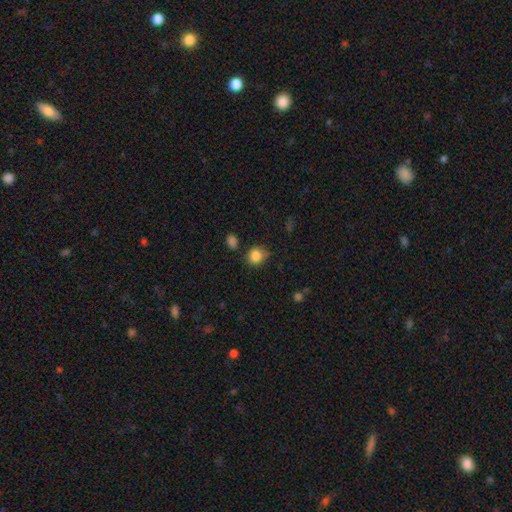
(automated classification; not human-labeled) smooth_or_featured: smooth (p=0.85) [alt: star or artifact p=0.10]
how_rounded: round (p=0.78) [alt: in between p=0.21]
merging: none (p=0.72) [alt: minor disturbance p=0.20]